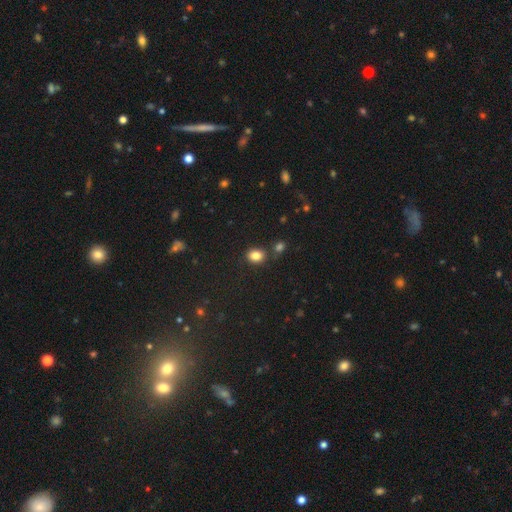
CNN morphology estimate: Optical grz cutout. It shows a smooth galaxy with no disk features (84%) that is in between round and cigar-shaped (61%). Merging: none (75%).